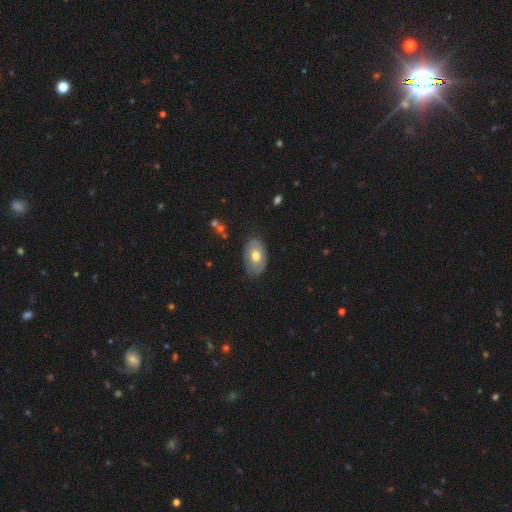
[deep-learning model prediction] Morphology: type=smooth (51%); roundness=in between (89%); merging=none (76%).